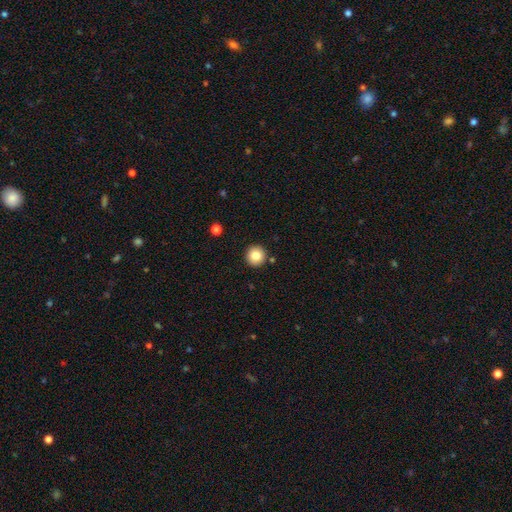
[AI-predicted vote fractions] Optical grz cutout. It shows a smooth galaxy with no disk features (84%) that is round (95%). Merging: none (90%).